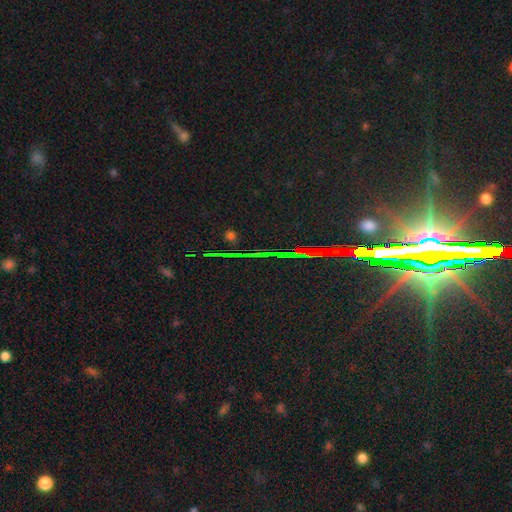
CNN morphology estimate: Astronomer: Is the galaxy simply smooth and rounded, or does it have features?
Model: star or artifact — 83%.